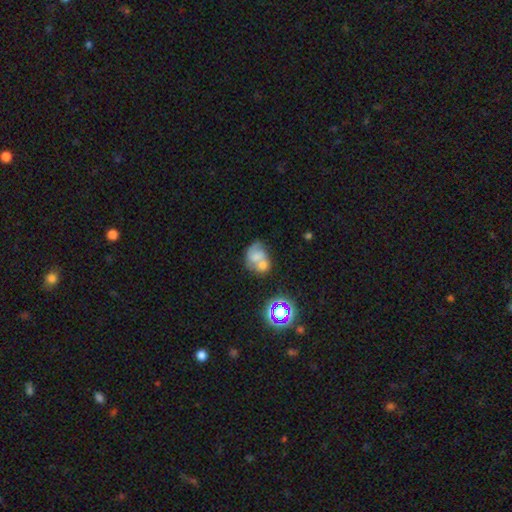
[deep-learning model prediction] A smooth galaxy with no disk features (47%).

Vote fractions:
- Smooth or featured? smooth: 47% / featured or disk: 39% / star or artifact: 13%
- Merging? merger: 60% / none: 20% / minor disturbance: 11% / major disturbance: 9%